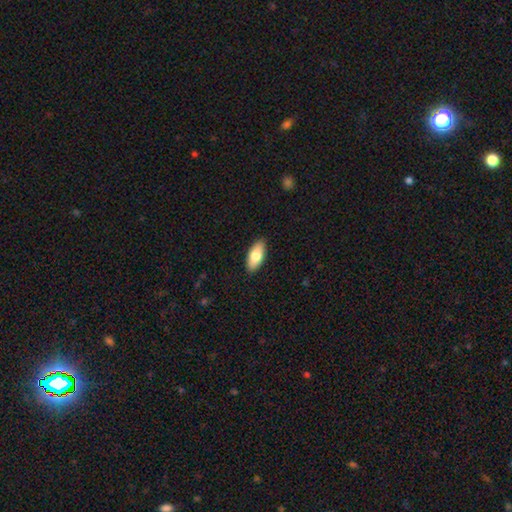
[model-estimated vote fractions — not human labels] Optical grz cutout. It shows a smooth galaxy with no disk features (78%) that is in between round and cigar-shaped (85%). Merging: none (89%).